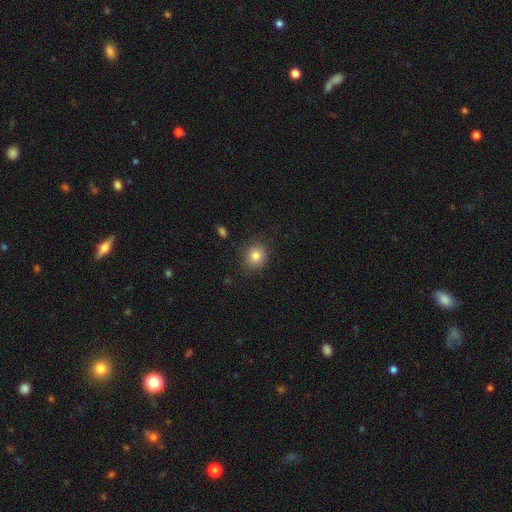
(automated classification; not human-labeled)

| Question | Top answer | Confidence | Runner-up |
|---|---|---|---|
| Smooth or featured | smooth | 83% | star or artifact (10%) |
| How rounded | round | 80% | in between (19%) |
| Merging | none | 84% | minor disturbance (11%) |